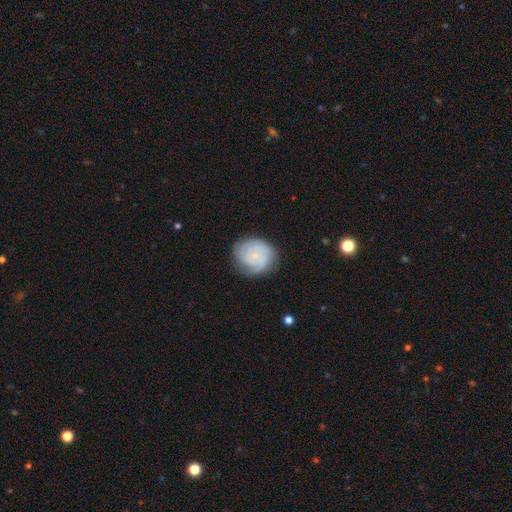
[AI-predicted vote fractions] Morphology: type=featured or disk (57%); edge-on=no (98%); bar=no (78%); spiral arms=yes (90%); winding=tight (66%); arm count=can't tell (40%); bulge=small (71%); merging=none (74%).